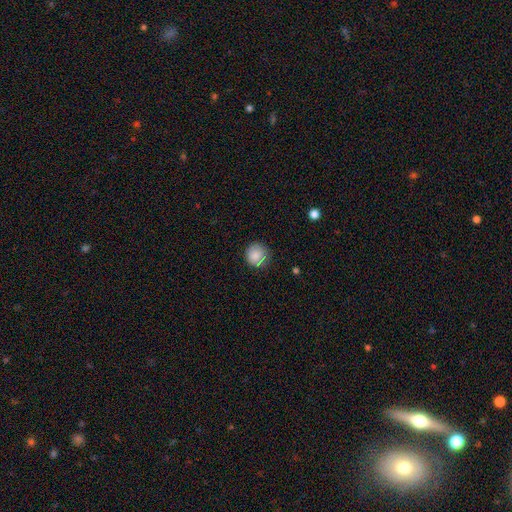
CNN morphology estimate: A smooth galaxy with no disk features (83%) that is round (92%).

Vote fractions:
- Smooth or featured? smooth: 83% / star or artifact: 9% / featured or disk: 8%
- How rounded? round: 92% / in between: 7% / cigar-shaped: 1%
- Merging? none: 81% / minor disturbance: 14% / major disturbance: 3% / merger: 2%